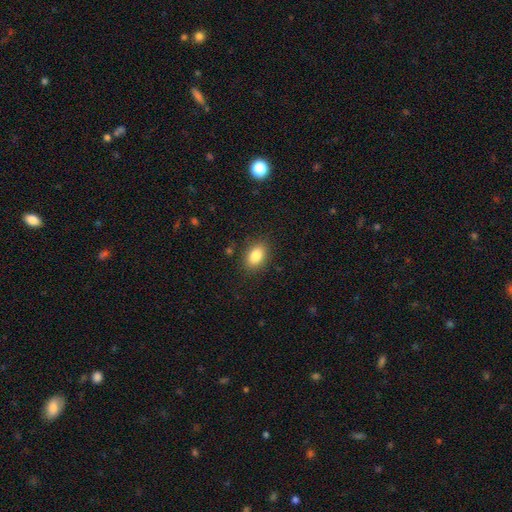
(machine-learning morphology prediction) Overall: smooth (84%). How rounded: in between (85%). Merging: none (86%).